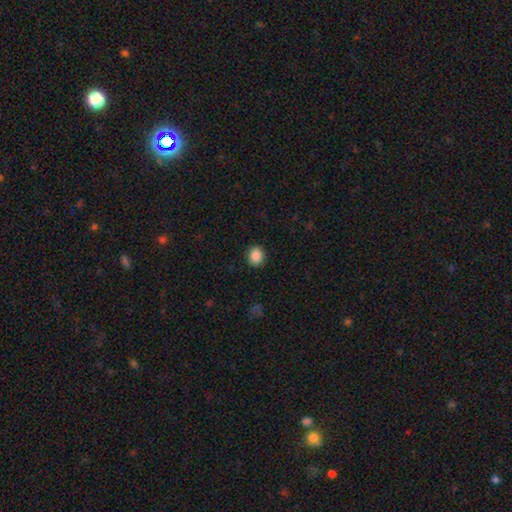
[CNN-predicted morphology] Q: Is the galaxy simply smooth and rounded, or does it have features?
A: smooth — 87%.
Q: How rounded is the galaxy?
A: round — 70%.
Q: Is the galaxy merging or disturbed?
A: none — 90%.